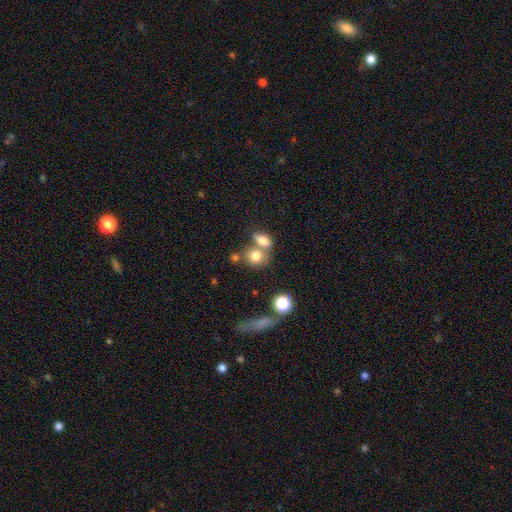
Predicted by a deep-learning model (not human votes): A smooth galaxy with no disk features (78%) that is round (54%). Merging: merger (46%).